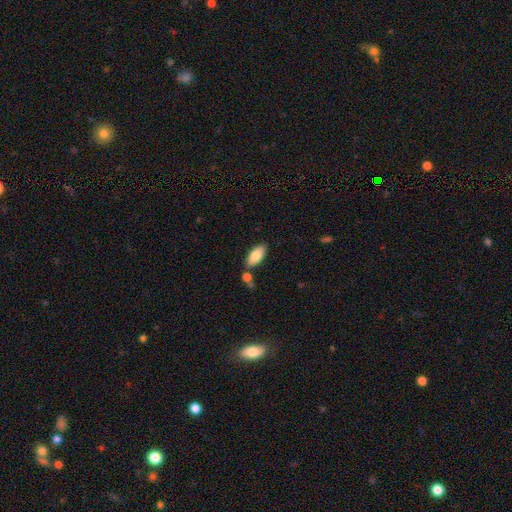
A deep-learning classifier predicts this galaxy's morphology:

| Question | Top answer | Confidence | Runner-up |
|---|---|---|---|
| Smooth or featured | smooth | 82% | featured or disk (12%) |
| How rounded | in between | 89% | cigar-shaped (9%) |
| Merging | none | 77% | minor disturbance (12%) |